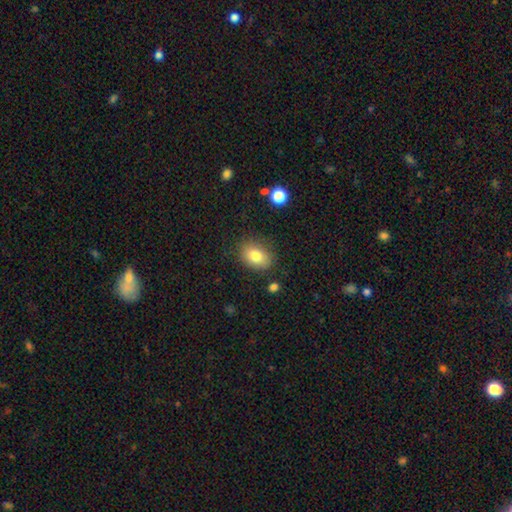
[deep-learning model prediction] smooth-or-featured: smooth: 80% | featured or disk: 10% | star or artifact: 10%
  how-rounded: in between: 73% | round: 26% | cigar-shaped: 1%
  merging: none: 81% | minor disturbance: 13% | major disturbance: 4% | merger: 2%